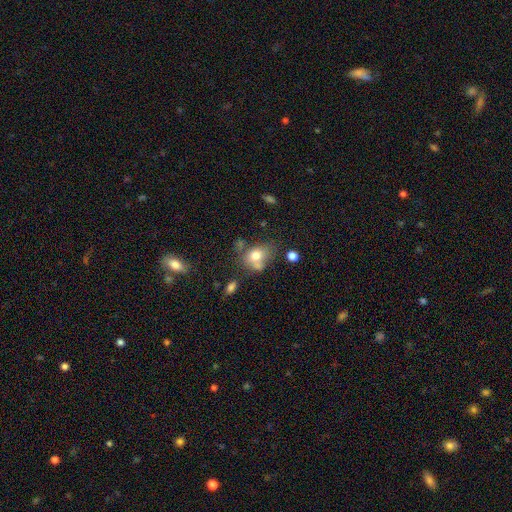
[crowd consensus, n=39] Morphology: type=smooth (77%); roundness=in between (77%); merging=none (37%).